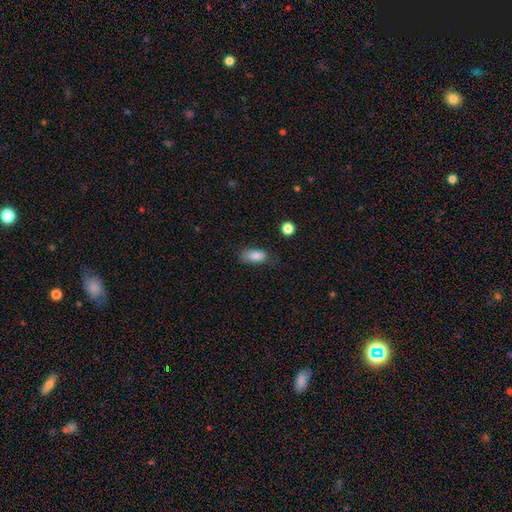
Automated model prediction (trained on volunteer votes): Smooth or featured?
  - smooth: 85% *
  - star or artifact: 8%
  - featured or disk: 7%
How rounded?
  - in between: 87% *
  - cigar-shaped: 8%
  - round: 4%
Merging?
  - none: 65% *
  - minor disturbance: 25%
  - major disturbance: 7%
  - merger: 2%